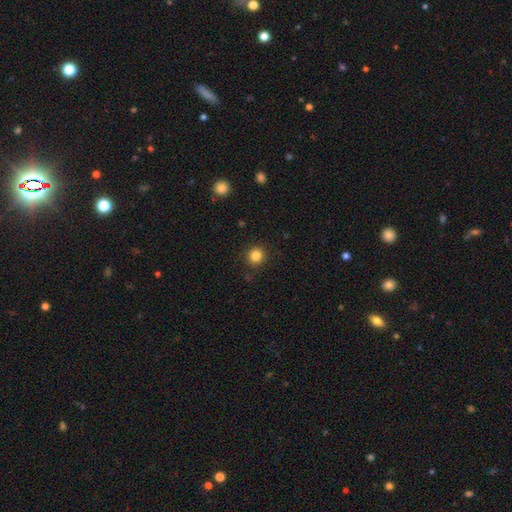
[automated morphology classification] smooth_or_featured: smooth (p=0.84) [alt: star or artifact p=0.11]
how_rounded: round (p=0.94) [alt: in between p=0.05]
merging: none (p=0.91) [alt: minor disturbance p=0.06]